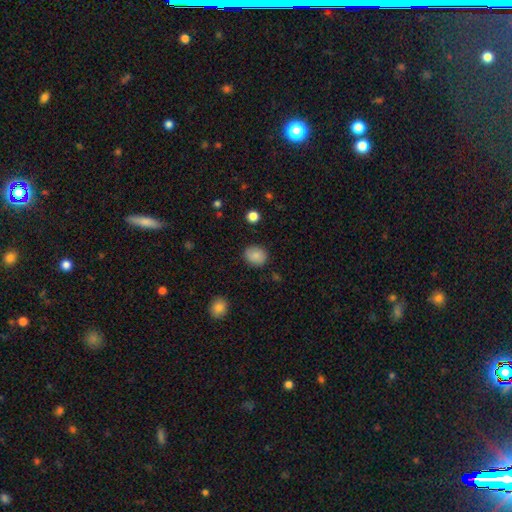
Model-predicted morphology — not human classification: This is clearly a smooth galaxy (85%). How rounded: likely round (68%). Merging: clearly none (86%).